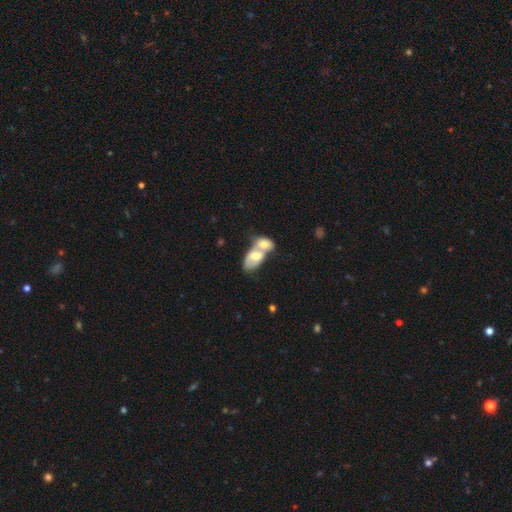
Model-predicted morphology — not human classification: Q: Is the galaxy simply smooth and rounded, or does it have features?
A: smooth — 58%.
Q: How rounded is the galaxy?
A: in between — 89%.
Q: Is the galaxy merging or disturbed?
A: merger — 82%.